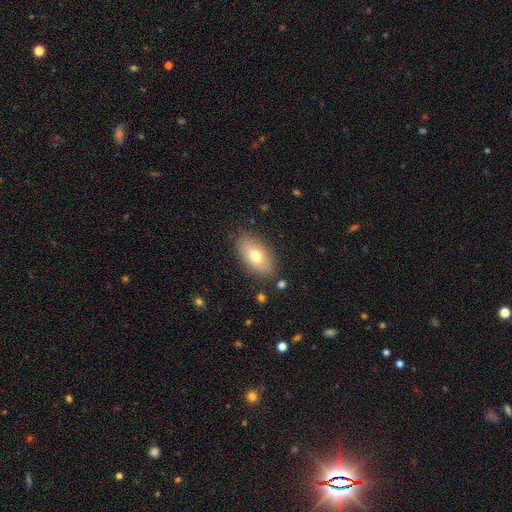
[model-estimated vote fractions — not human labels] smooth 73%, featured or disk 19%, star or artifact 8%. Down the decision tree: how rounded — in between (91%); merging — none (84%).